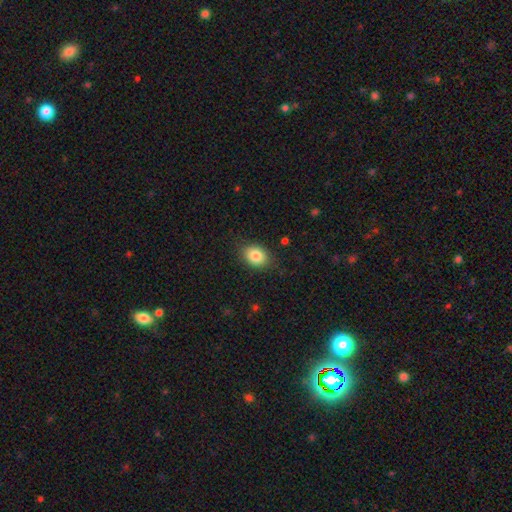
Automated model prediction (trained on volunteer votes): Morphology: type=smooth (84%); roundness=in between (64%); merging=none (84%).